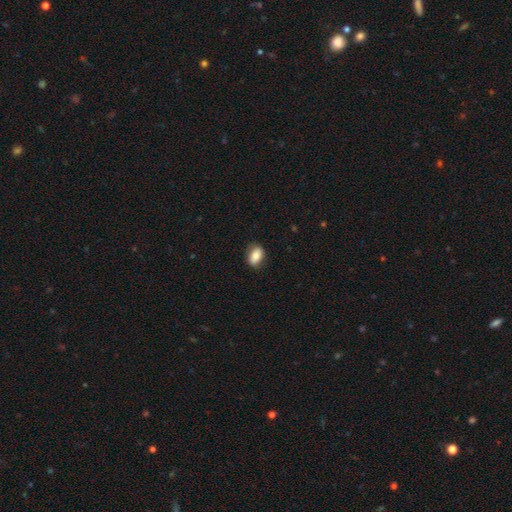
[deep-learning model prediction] Smooth or featured: smooth — 78% (featured or disk — 14%)
How rounded: in between — 82% (round — 16%)
Merging: none — 82% (minor disturbance — 14%)